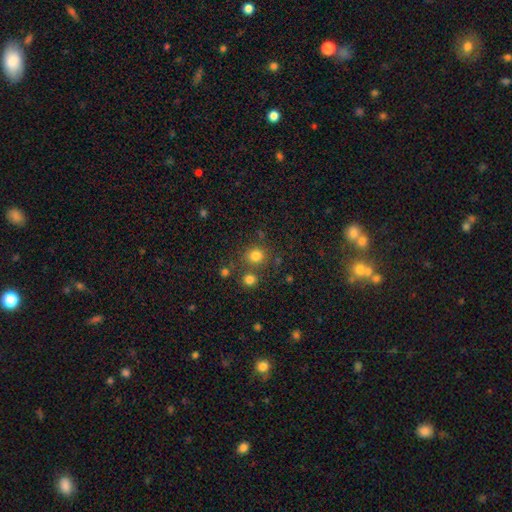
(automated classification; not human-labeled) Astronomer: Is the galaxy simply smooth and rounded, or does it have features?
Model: smooth — 79%.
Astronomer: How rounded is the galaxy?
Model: round — 88%.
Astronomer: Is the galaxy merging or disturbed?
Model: none — 75%.